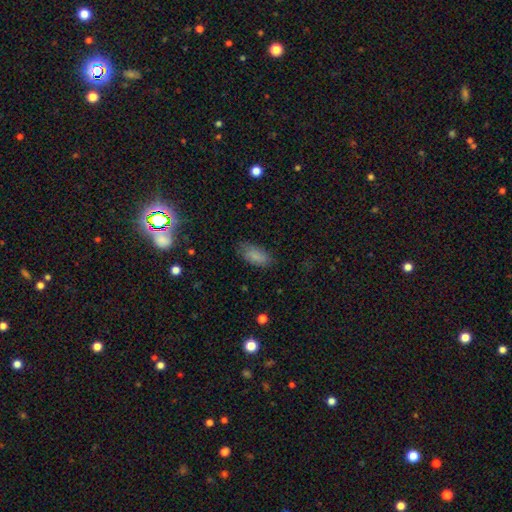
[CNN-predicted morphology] A smooth galaxy with no disk features (83%) that is in between round and cigar-shaped (92%). Merging: none (76%).